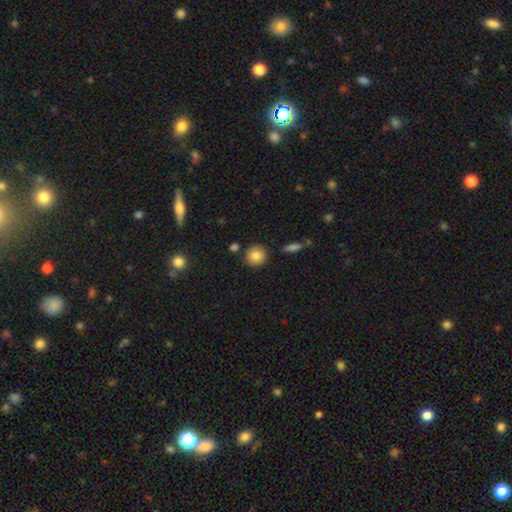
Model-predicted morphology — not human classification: Smooth or featured: smooth — 85% (star or artifact — 8%)
How rounded: round — 87% (in between — 12%)
Merging: none — 86% (minor disturbance — 8%)